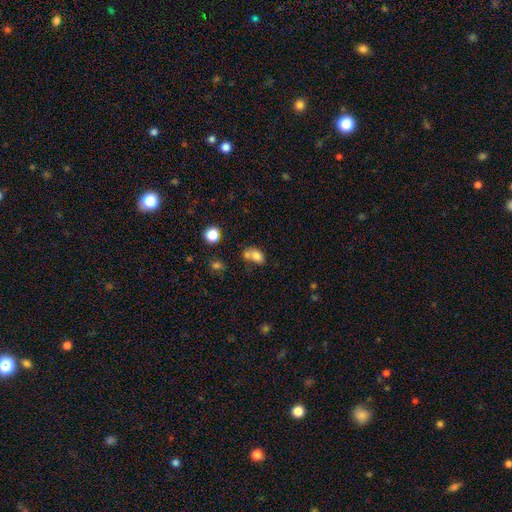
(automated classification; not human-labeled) Morphology: type=smooth (77%); roundness=in between (78%); merging=merger (39%).